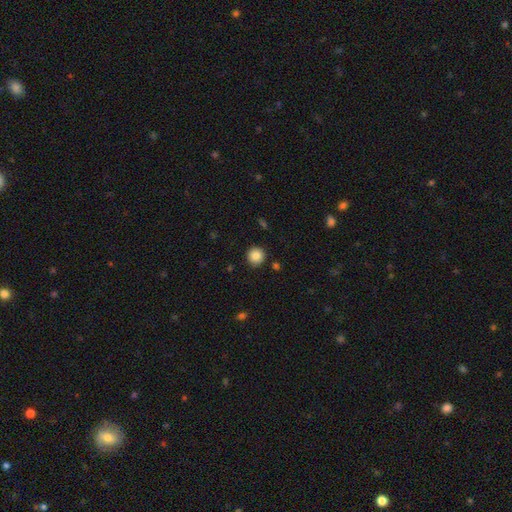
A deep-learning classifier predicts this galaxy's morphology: A smooth galaxy with no disk features (85%) that is round (94%). Merging: none (91%).